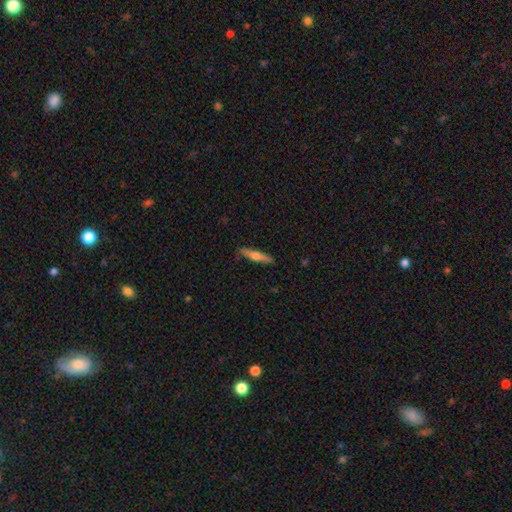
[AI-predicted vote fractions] Morphology: type=smooth (53%); roundness=cigar-shaped (85%); merging=none (88%).